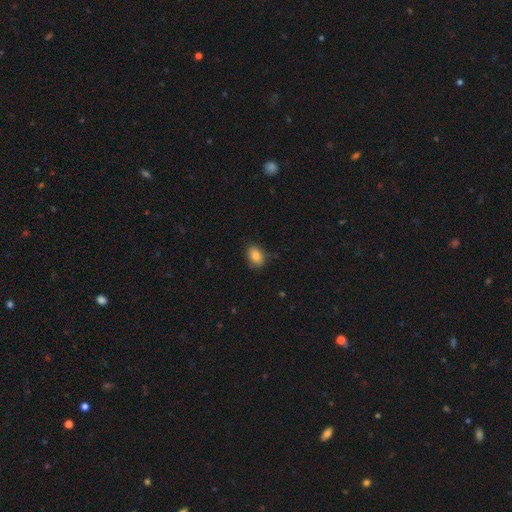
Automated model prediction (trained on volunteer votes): smooth-or-featured: smooth: 84% | star or artifact: 9% | featured or disk: 7%
  how-rounded: in between: 74% | round: 25% | cigar-shaped: 1%
  merging: none: 79% | minor disturbance: 17% | major disturbance: 3% | merger: 1%